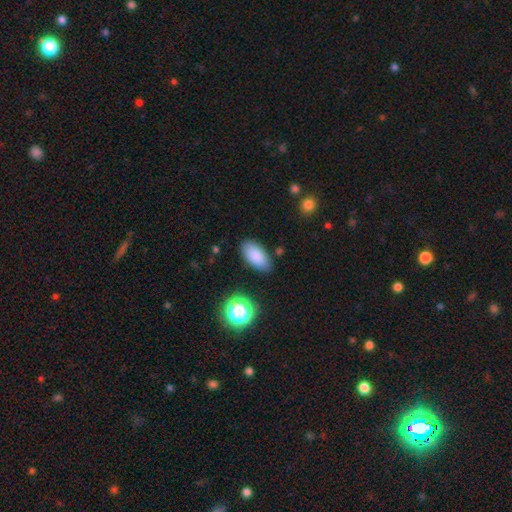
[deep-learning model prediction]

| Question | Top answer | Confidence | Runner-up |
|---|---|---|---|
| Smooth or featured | smooth | 85% | star or artifact (9%) |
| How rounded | in between | 92% | cigar-shaped (4%) |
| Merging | none | 85% | minor disturbance (10%) |